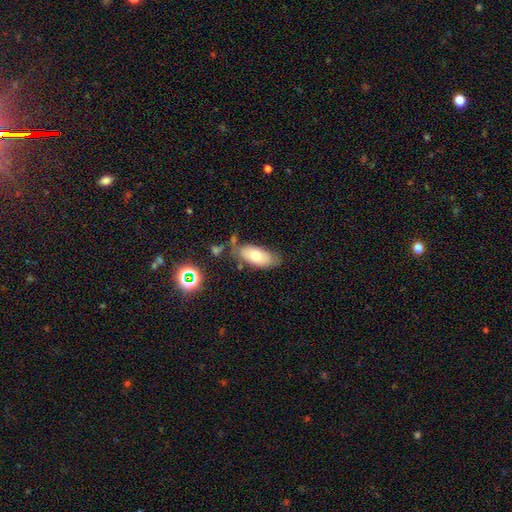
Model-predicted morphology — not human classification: This appears to be a smooth galaxy with no disk features (70%) that is in between round and cigar-shaped (90%). Merging: none (64%).